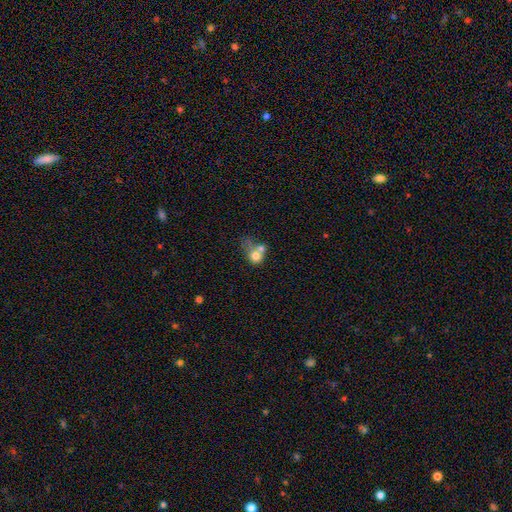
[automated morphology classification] This appears to be a smooth galaxy with no disk features (68%) that is round (69%). Merging: merger (60%).